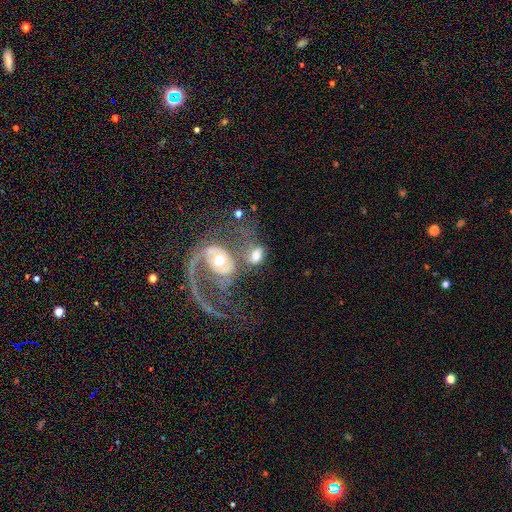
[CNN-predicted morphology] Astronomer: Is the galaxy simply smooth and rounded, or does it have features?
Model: featured or disk — 47% (runner-up: smooth, 43%).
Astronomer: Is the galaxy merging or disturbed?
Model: merger — 43% (runner-up: none, 24%).